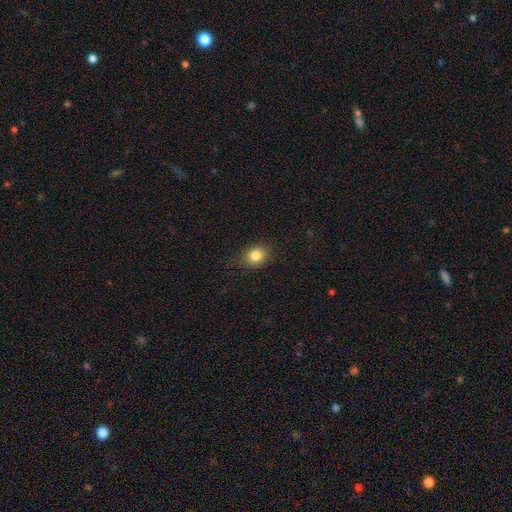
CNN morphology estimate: Smooth or featured: smooth — 83% (star or artifact — 11%)
How rounded: round — 63% (in between — 36%)
Merging: none — 85% (minor disturbance — 11%)